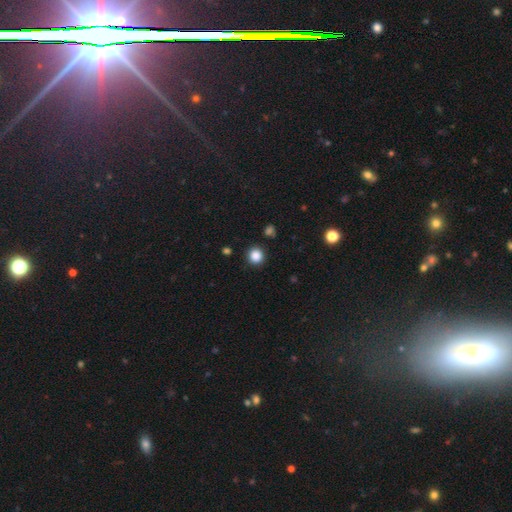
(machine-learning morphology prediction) Smooth or featured?
  - smooth: 86% *
  - star or artifact: 11%
  - featured or disk: 3%
How rounded?
  - round: 92% *
  - in between: 7%
  - cigar-shaped: 1%
Merging?
  - none: 90% *
  - minor disturbance: 6%
  - major disturbance: 2%
  - merger: 2%